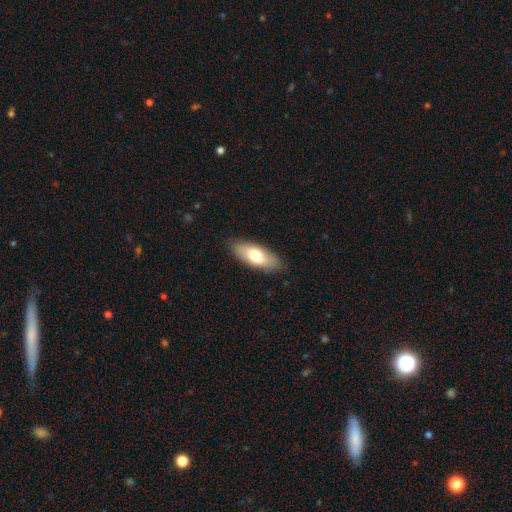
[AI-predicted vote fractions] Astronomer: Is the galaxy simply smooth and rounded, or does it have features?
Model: smooth — 71%.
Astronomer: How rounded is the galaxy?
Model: in between — 78%.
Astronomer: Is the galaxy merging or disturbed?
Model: none — 85%.